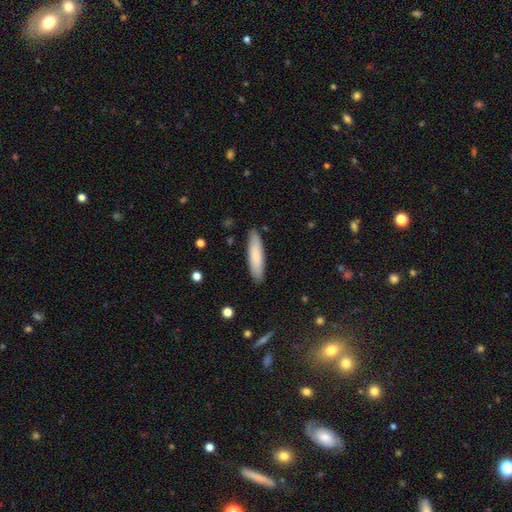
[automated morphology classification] Smooth or featured?
  - smooth: 82% *
  - featured or disk: 12%
  - star or artifact: 6%
How rounded?
  - cigar-shaped: 73% *
  - in between: 26%
  - round: 1%
Merging?
  - none: 89% *
  - minor disturbance: 8%
  - major disturbance: 2%
  - merger: 1%